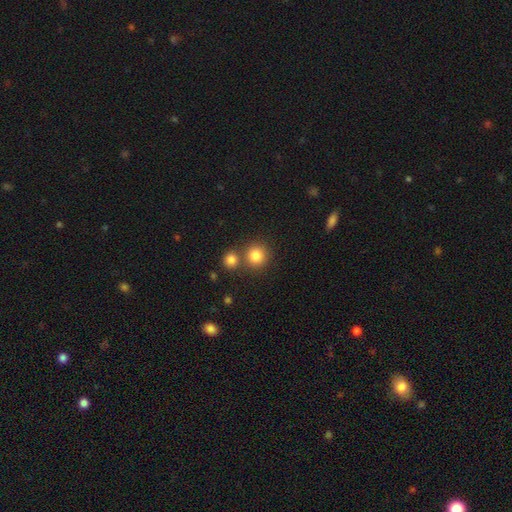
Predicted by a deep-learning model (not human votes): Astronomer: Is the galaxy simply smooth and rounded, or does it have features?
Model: smooth — 83%.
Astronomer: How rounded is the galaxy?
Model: round — 91%.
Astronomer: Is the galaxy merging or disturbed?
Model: none — 69%.